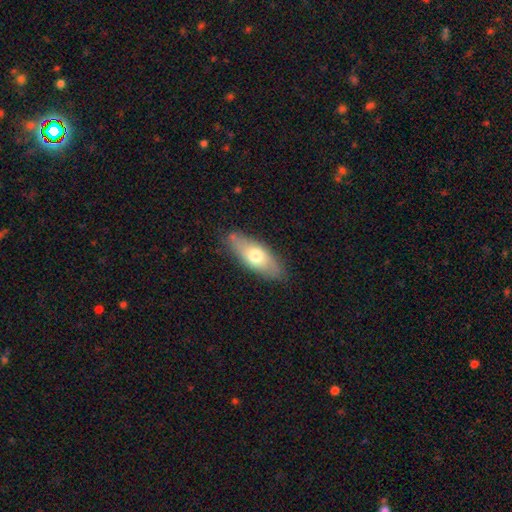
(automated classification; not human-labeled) Smooth or featured: smooth — 63% (featured or disk — 31%)
How rounded: in between — 74% (cigar-shaped — 23%)
Merging: none — 79% (minor disturbance — 16%)